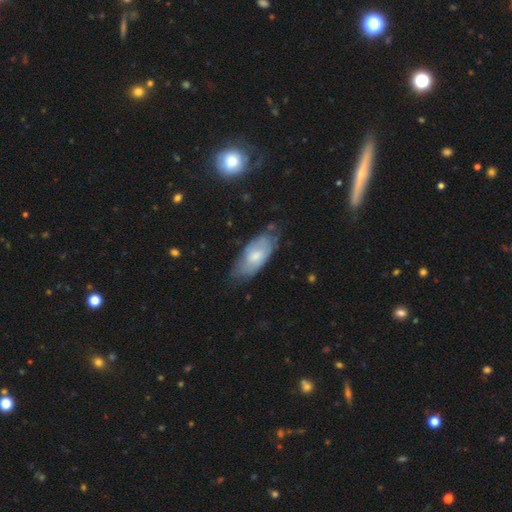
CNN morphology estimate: smooth_or_featured: smooth (p=0.56) [alt: featured or disk p=0.37]
how_rounded: in between (p=0.87) [alt: cigar-shaped p=0.11]
merging: none (p=0.58) [alt: minor disturbance p=0.31]